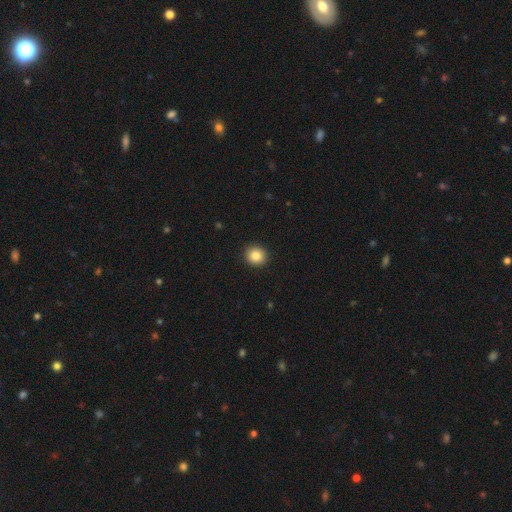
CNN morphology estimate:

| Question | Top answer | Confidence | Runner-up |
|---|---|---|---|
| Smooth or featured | smooth | 85% | star or artifact (10%) |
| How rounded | round | 88% | in between (11%) |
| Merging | none | 92% | minor disturbance (5%) |